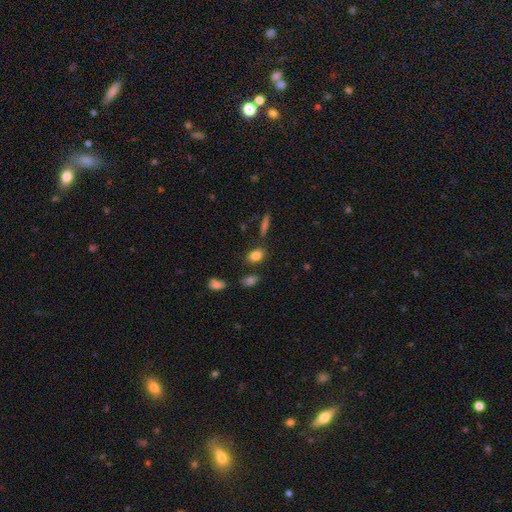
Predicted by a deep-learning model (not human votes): Smooth or featured: smooth — 83% (star or artifact — 10%)
How rounded: in between — 82% (round — 14%)
Merging: none — 80% (minor disturbance — 12%)